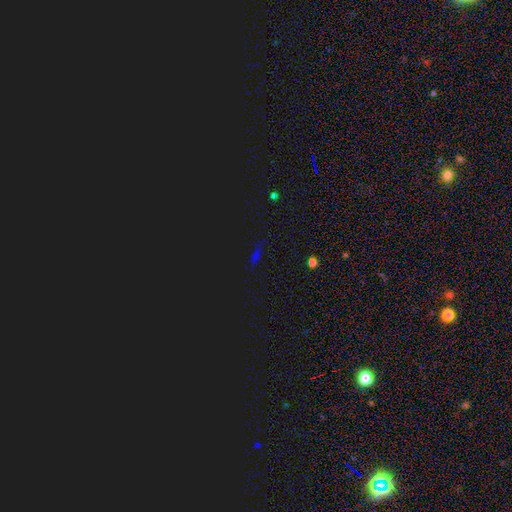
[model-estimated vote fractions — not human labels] A star or artifact, not a galaxy (56%).

Vote fractions:
- Smooth or featured? star or artifact: 56% / smooth: 33% / featured or disk: 11%